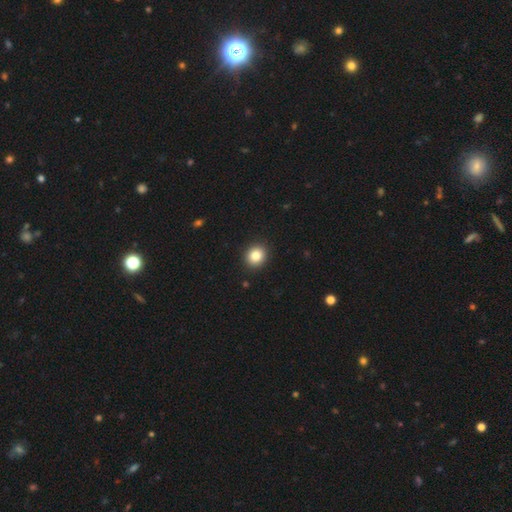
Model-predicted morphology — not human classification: smooth 84%, star or artifact 10%, featured or disk 6%. Down the decision tree: how rounded — round (79%); merging — none (92%).